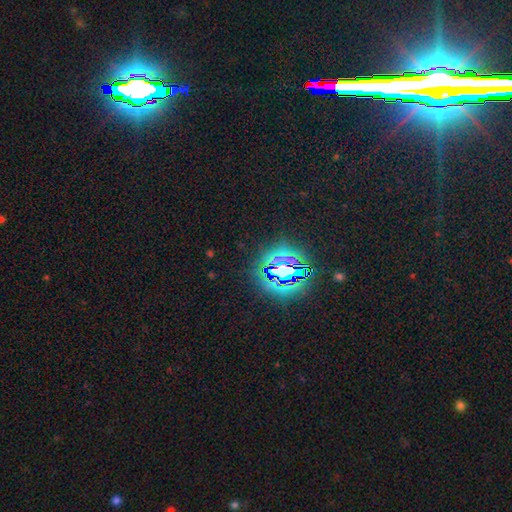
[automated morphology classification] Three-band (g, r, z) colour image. It shows a star or artifact, not a galaxy (81%).